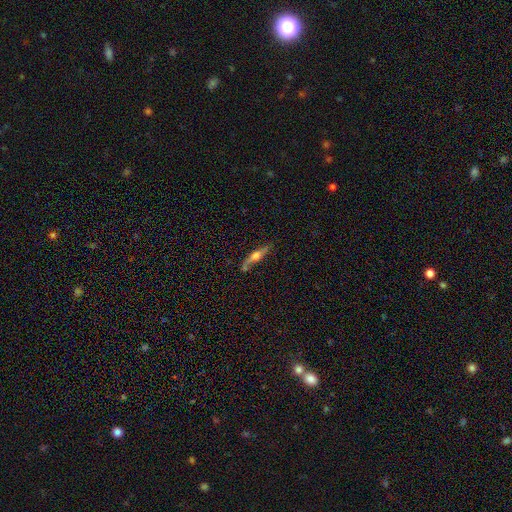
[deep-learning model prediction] A featured or disk galaxy (61%) viewed edge-on (91%) with a rounded central bulge (91%).

Vote fractions:
- Smooth or featured? featured or disk: 61% / smooth: 33% / star or artifact: 6%
- Edge-on disk? yes: 91% / no: 9%
- Edge-on bulge? rounded: 91% / boxy: 5% / none: 4%
- Merging? none: 69% / minor disturbance: 18% / merger: 8% / major disturbance: 5%